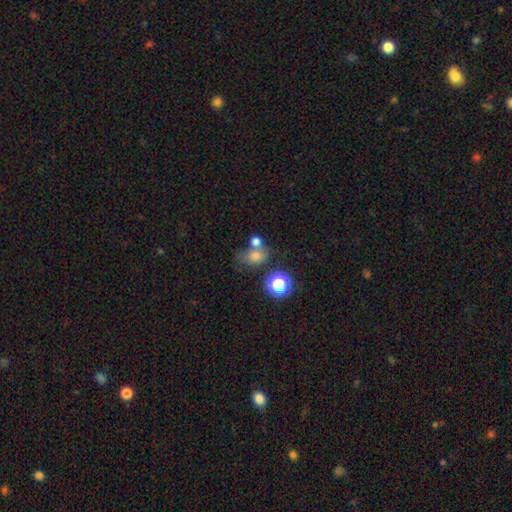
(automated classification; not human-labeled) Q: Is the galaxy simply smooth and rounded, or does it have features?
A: smooth — 70%.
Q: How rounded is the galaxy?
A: round — 50%.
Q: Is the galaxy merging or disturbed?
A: none — 42%.